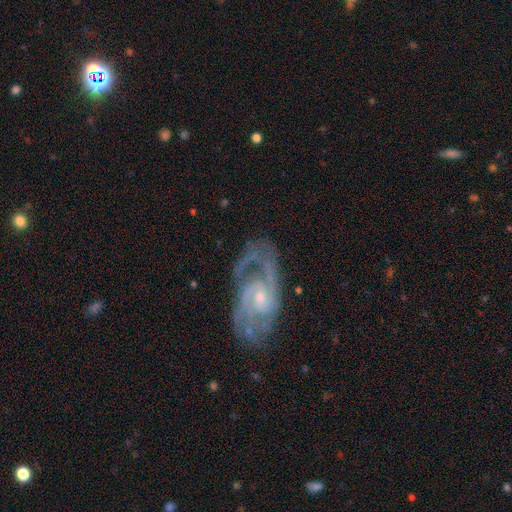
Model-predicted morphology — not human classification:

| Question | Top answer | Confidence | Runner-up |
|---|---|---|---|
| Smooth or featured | featured or disk | 90% | star or artifact (5%) |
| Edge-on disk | no | 97% | yes (3%) |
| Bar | no | 49% | weak (42%) |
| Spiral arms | yes | 98% | no (2%) |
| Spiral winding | medium | 51% | tight (37%) |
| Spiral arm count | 2 | 66% | 3 (14%) |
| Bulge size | small | 65% | moderate (30%) |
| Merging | none | 71% | minor disturbance (17%) |